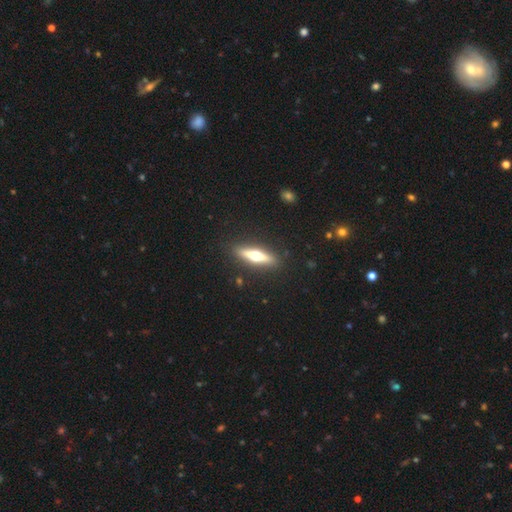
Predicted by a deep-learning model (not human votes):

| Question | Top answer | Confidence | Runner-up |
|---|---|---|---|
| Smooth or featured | featured or disk | 57% | smooth (37%) |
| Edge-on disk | yes | 93% | no (7%) |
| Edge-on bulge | rounded | 94% | none (3%) |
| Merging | none | 89% | minor disturbance (7%) |